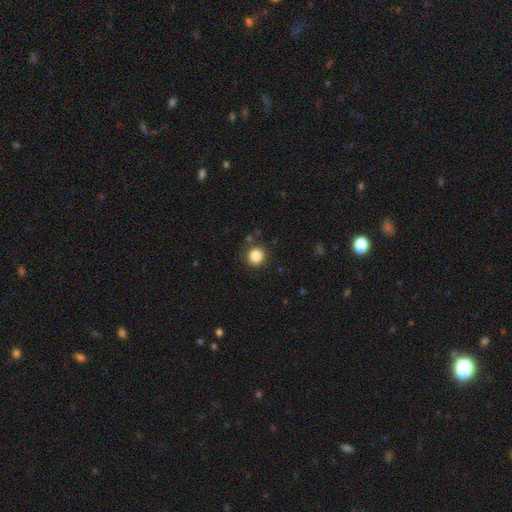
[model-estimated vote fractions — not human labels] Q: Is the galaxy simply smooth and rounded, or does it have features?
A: smooth — 86%.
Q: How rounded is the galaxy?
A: round — 90%.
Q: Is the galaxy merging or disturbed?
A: none — 86%.